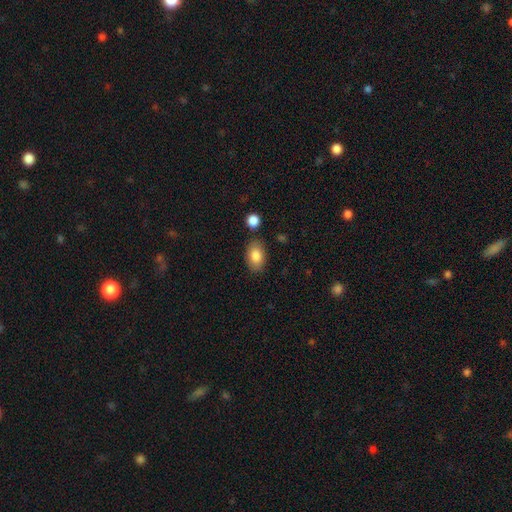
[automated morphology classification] A smooth galaxy with no disk features (85%) that is in between round and cigar-shaped (88%).

Vote fractions:
- Smooth or featured? smooth: 85% / featured or disk: 8% / star or artifact: 7%
- How rounded? in between: 88% / round: 11% / cigar-shaped: 1%
- Merging? none: 81% / minor disturbance: 13% / merger: 4% / major disturbance: 3%